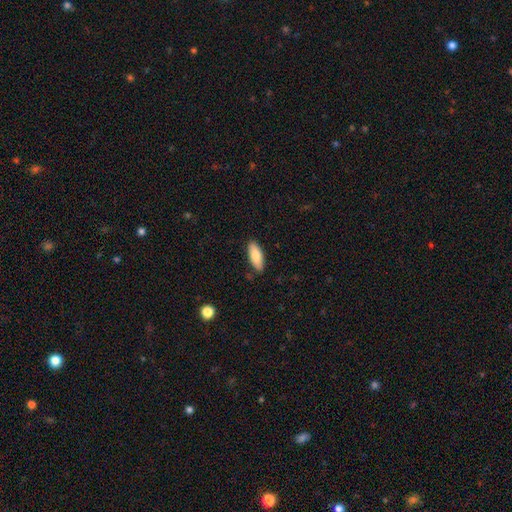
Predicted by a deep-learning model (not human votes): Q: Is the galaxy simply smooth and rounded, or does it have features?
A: smooth — 83%.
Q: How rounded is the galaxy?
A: in between — 70%.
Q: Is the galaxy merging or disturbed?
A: none — 86%.